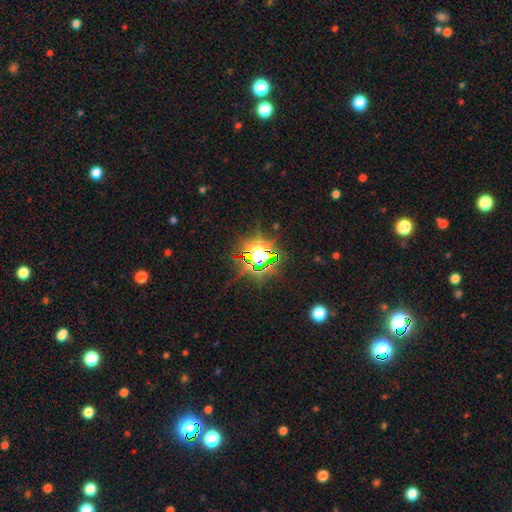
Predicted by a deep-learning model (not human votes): Smooth or featured? star or artifact (76%)